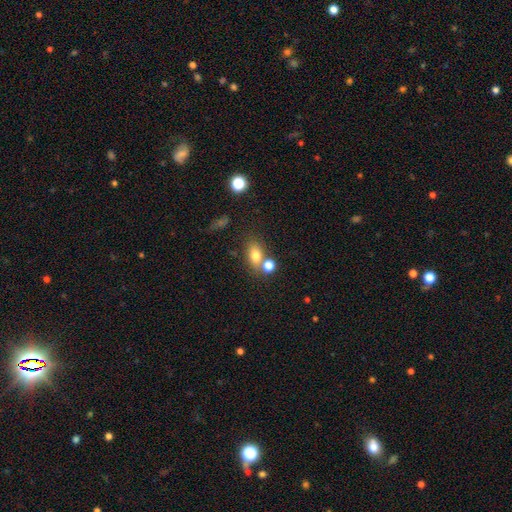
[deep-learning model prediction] This appears to be a smooth galaxy with no disk features (75%) that is in between round and cigar-shaped (71%). Merging: none (54%).